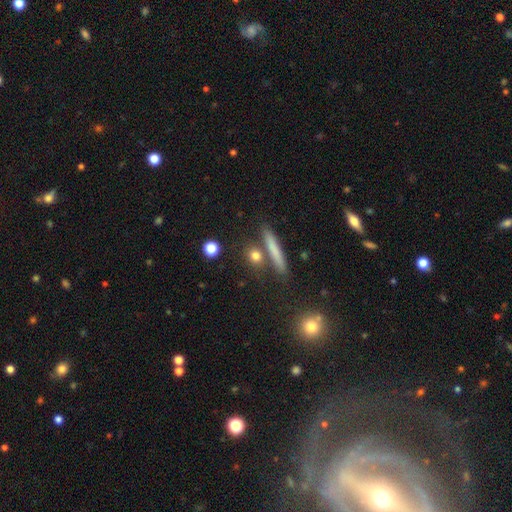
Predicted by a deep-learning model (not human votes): Smooth or featured? Predicted: smooth (p=0.77). How rounded? Predicted: round (p=0.51). Merging? Predicted: none (p=0.77).